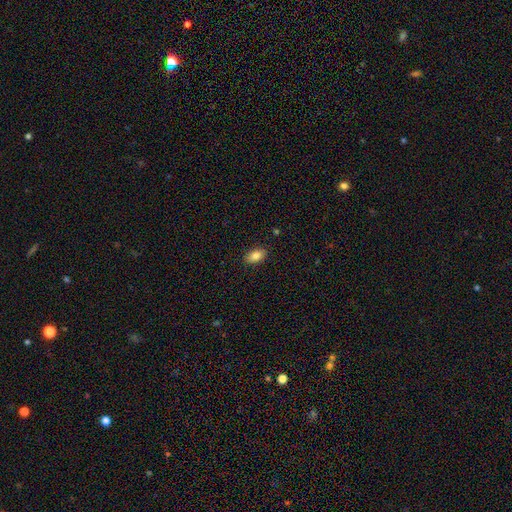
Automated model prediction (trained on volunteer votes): A smooth galaxy with no disk features (84%) that is in between round and cigar-shaped (91%).

Vote fractions:
- Smooth or featured? smooth: 84% / star or artifact: 8% / featured or disk: 7%
- How rounded? in between: 91% / round: 7% / cigar-shaped: 3%
- Merging? none: 88% / minor disturbance: 9% / major disturbance: 2% / merger: 1%